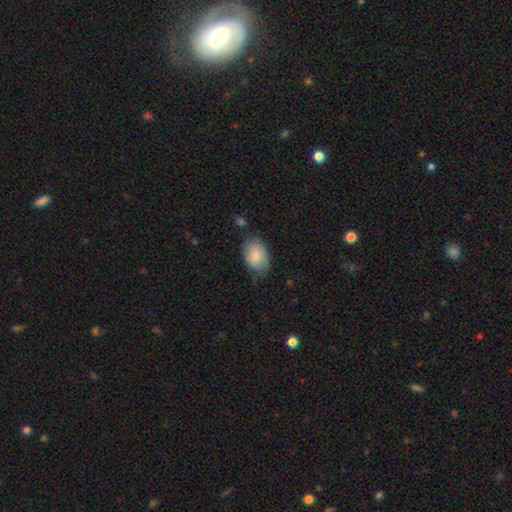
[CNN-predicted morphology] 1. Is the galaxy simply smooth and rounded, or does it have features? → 82% smooth, 12% featured or disk, 6% star or artifact.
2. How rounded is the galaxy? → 86% in between, 13% round, 1% cigar-shaped.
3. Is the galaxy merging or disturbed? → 67% none, 25% minor disturbance, 5% major disturbance, 3% merger.